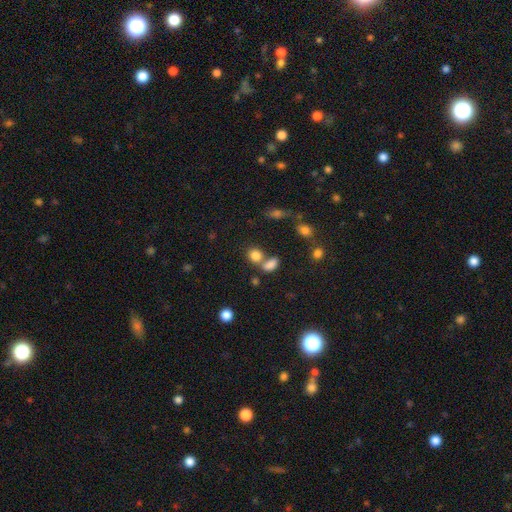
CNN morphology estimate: A smooth galaxy with no disk features (82%) that is round (61%). Merging: none (47%).